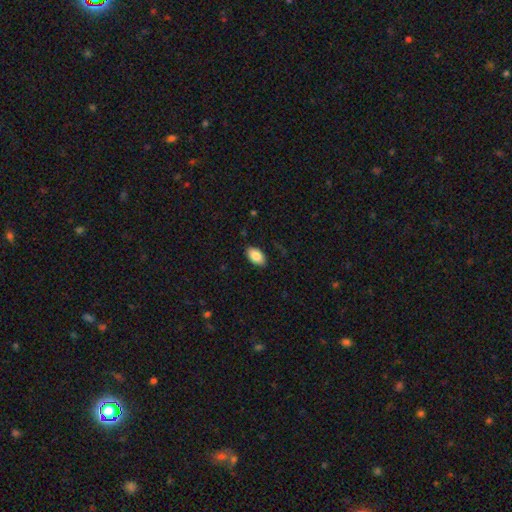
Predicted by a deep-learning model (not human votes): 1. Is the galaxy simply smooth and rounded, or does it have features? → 87% smooth, 7% star or artifact, 6% featured or disk.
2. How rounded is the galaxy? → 94% in between, 4% round, 2% cigar-shaped.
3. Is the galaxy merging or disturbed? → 87% none, 10% minor disturbance, 2% major disturbance, 1% merger.